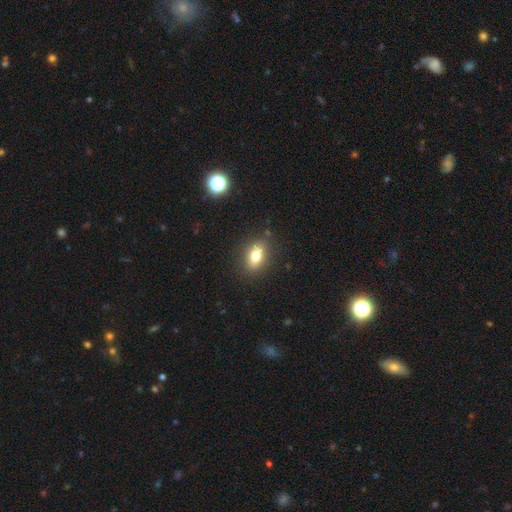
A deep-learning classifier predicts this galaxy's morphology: smooth-or-featured: smooth: 76% | featured or disk: 14% | star or artifact: 10%
  how-rounded: in between: 80% | round: 15% | cigar-shaped: 5%
  merging: none: 85% | minor disturbance: 11% | major disturbance: 3% | merger: 2%